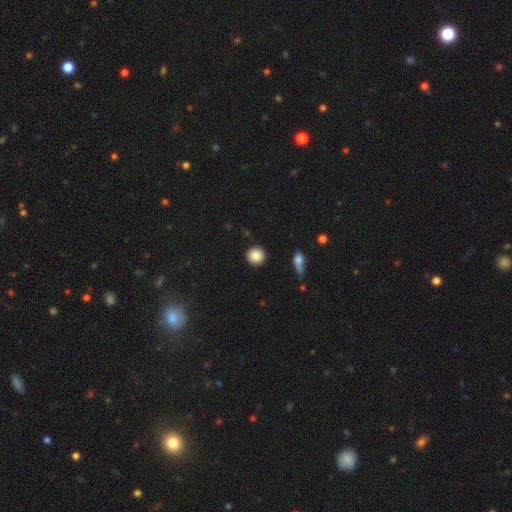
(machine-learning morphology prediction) type=smooth (87%); roundness=round (92%); merging=none (90%).